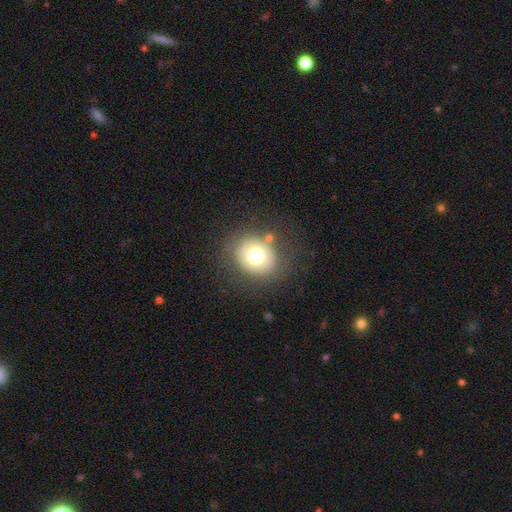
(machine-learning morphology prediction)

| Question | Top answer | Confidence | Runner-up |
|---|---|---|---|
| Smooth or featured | smooth | 68% | featured or disk (19%) |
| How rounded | round | 73% | in between (27%) |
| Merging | none | 80% | minor disturbance (11%) |